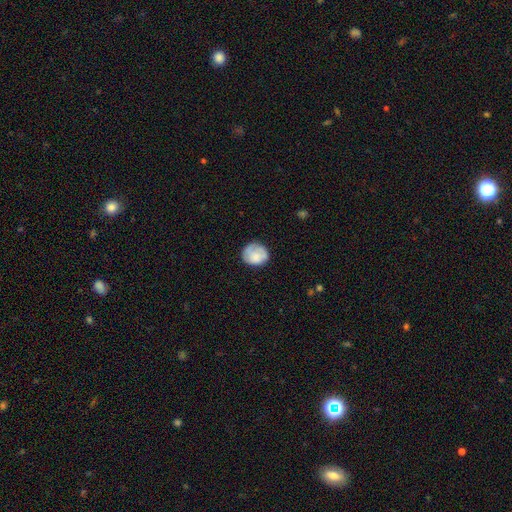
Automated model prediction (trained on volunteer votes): Smooth or featured? smooth (74%)
How rounded? round (77%)
Merging? none (72%)